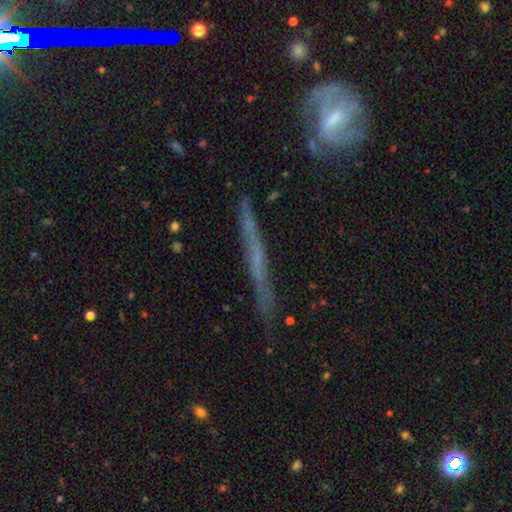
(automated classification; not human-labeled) This is likely a featured or disk galaxy (63%). It is clearly viewed edge-on (88%). Edge-on bulge: likely none (79%). Merging: clearly none (81%).